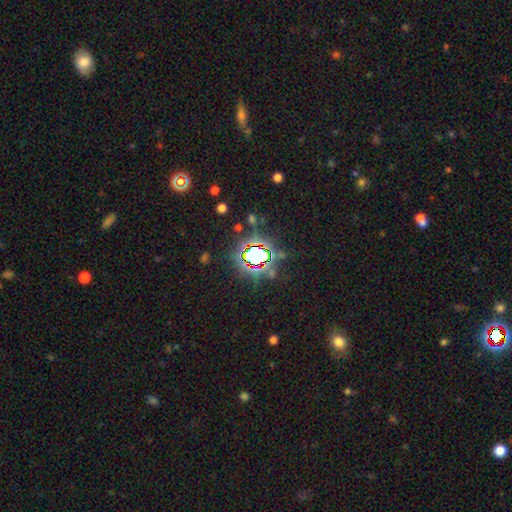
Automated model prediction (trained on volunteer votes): A star or artifact, not a galaxy (73%).